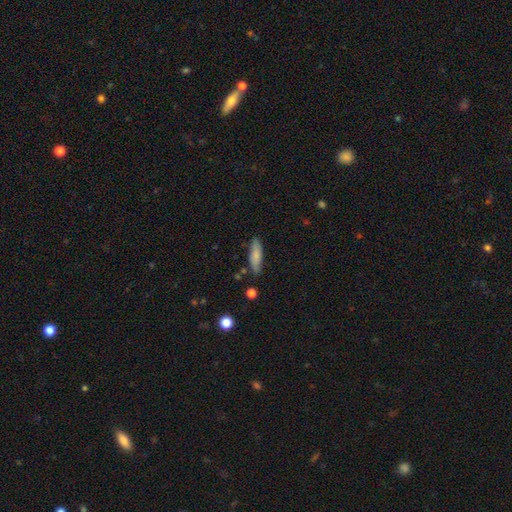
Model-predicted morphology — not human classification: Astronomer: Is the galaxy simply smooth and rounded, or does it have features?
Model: smooth — 78%.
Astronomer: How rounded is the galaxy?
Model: cigar-shaped — 56% (runner-up: in between, 42%).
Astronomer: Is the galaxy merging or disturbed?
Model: none — 79%.